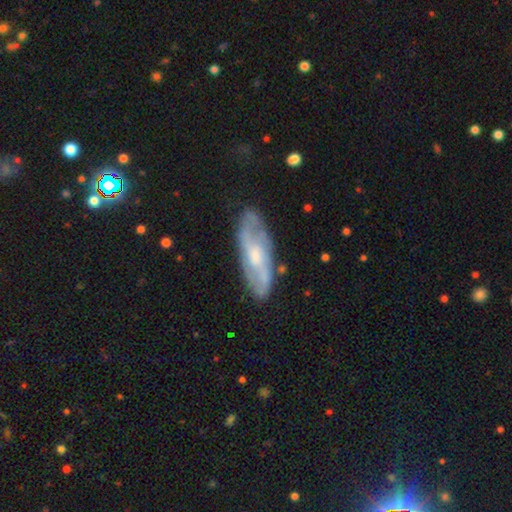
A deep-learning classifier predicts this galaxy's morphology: Smooth or featured?
  - featured or disk: 69% *
  - smooth: 25%
  - star or artifact: 6%
Edge-on disk?
  - no: 81% *
  - yes: 19%
Bar?
  - no: 50% *
  - weak: 40%
  - strong: 10%
Spiral arms?
  - yes: 82% *
  - no: 18%
Bulge size?
  - moderate: 50% *
  - small: 37%
  - none: 6%
  - large: 6%
  - dominant: 1%
Merging?
  - none: 77% *
  - minor disturbance: 16%
  - major disturbance: 4%
  - merger: 2%